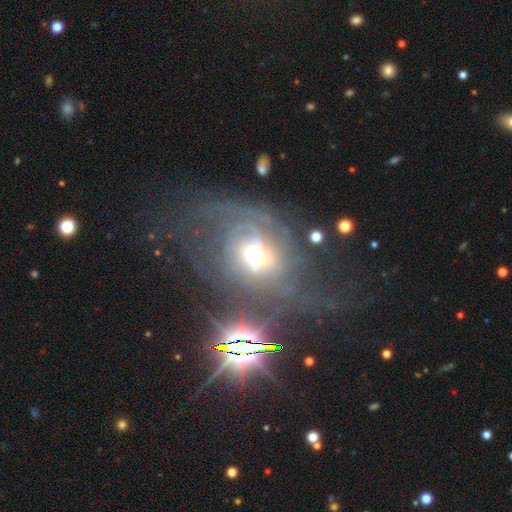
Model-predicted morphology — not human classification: Overall: featured or disk (63%). Edge-on disk: no (94%). Bar: no (66%). Spiral arms: yes (63%; no 37%). Bulge size: moderate (63%). Merging: major disturbance (39%, tied with none).